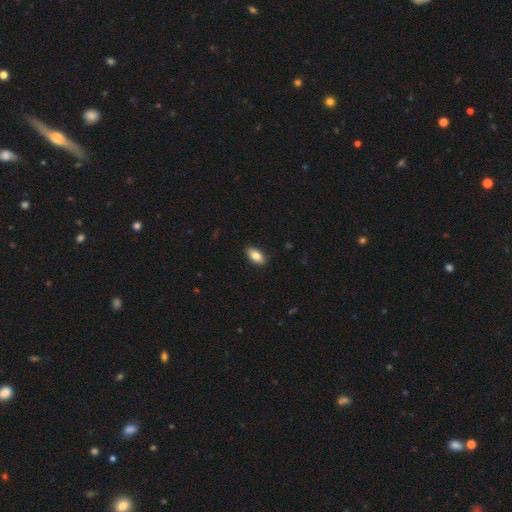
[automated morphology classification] Smooth or featured? smooth (84%)
How rounded? in between (91%)
Merging? none (89%)